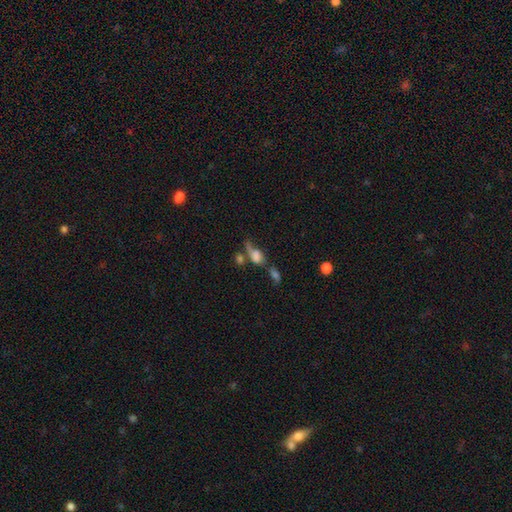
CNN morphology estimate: A smooth galaxy with no disk features (60%) that is in between round and cigar-shaped (72%). Merging: merger (43%).